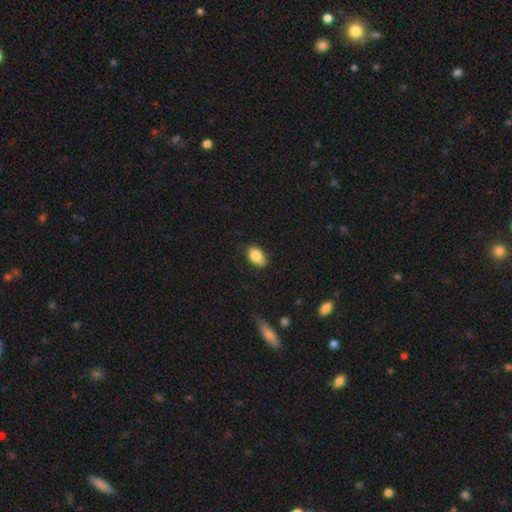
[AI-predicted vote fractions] A smooth galaxy with no disk features (85%) that is in between round and cigar-shaped (87%). Merging: none (76%).